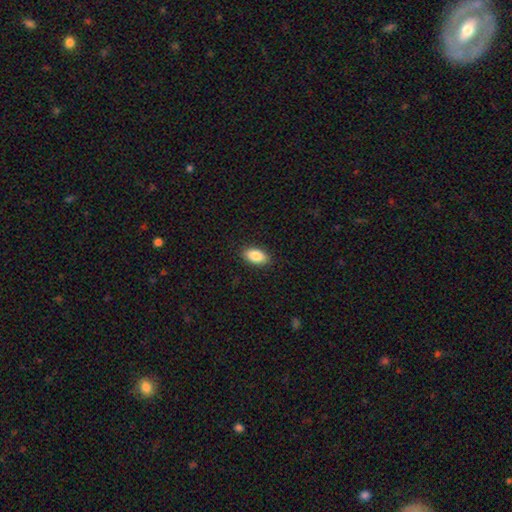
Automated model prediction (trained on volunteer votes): Smooth or featured: smooth — 87% (star or artifact — 7%)
How rounded: in between — 93% (round — 4%)
Merging: none — 89% (minor disturbance — 8%)